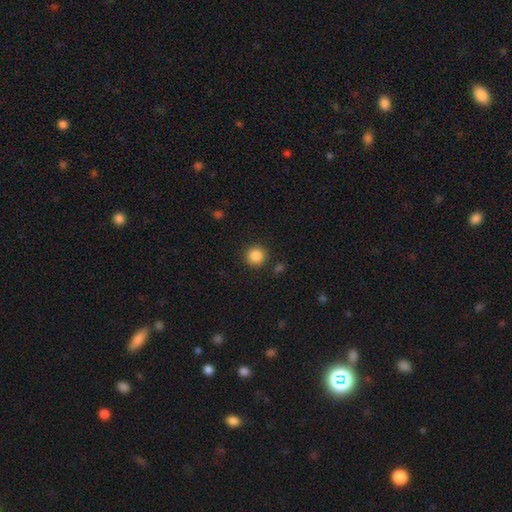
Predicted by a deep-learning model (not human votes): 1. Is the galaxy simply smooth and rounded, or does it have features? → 86% smooth, 10% star or artifact, 4% featured or disk.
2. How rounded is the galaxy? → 94% round, 6% in between, 1% cigar-shaped.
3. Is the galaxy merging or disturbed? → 89% none, 7% minor disturbance, 2% major disturbance, 2% merger.